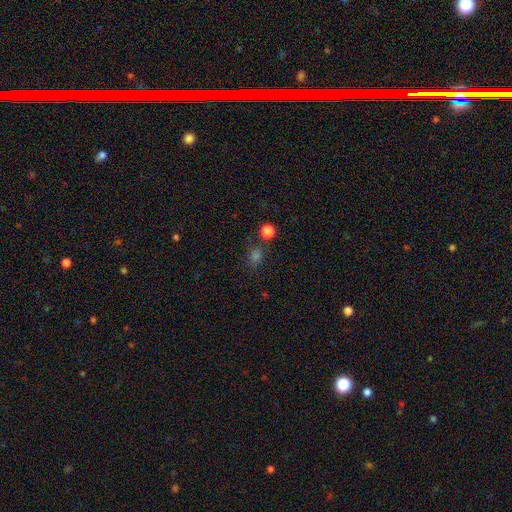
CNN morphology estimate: A smooth galaxy with no disk features (67%) that is round (68%). Merging: none (76%).